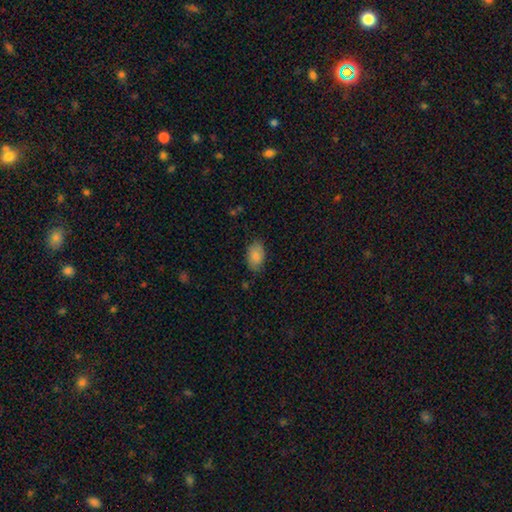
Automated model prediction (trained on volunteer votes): The model was most divided on "merging": none: 77%, minor disturbance: 18%, major disturbance: 4%, merger: 1%. More confident: how rounded — in between (91%); smooth or featured — smooth (84%).